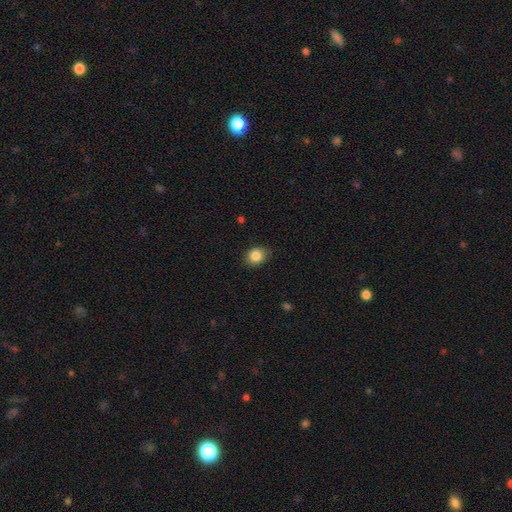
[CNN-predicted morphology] Smooth or featured?
  - smooth: 85% *
  - star or artifact: 9%
  - featured or disk: 5%
How rounded?
  - round: 56% *
  - in between: 43%
  - cigar-shaped: 1%
Merging?
  - none: 76% *
  - minor disturbance: 19%
  - major disturbance: 3%
  - merger: 1%